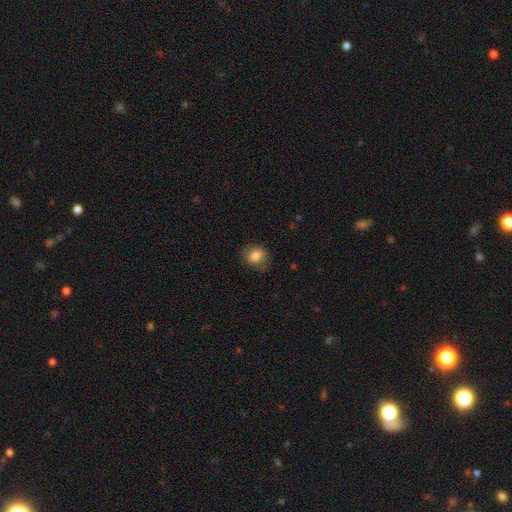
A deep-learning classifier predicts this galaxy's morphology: Q: Smooth or featured?
A: smooth (78%); runner-up: featured or disk (13%)
Q: How rounded?
A: round (62%); runner-up: in between (37%)
Q: Merging?
A: none (79%); runner-up: minor disturbance (15%)